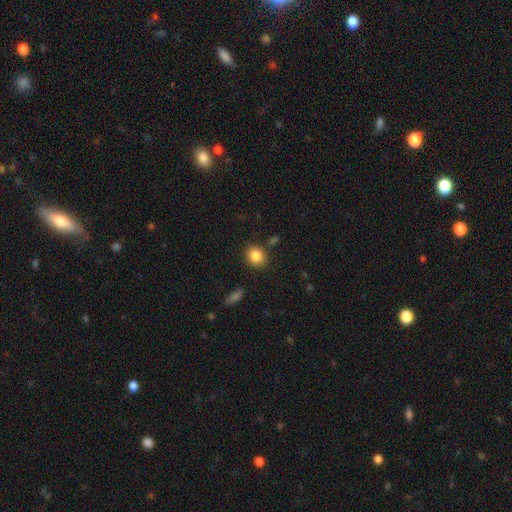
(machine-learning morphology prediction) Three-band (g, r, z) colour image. It shows a smooth galaxy with no disk features (86%) that is round (68%). Merging: none (85%).